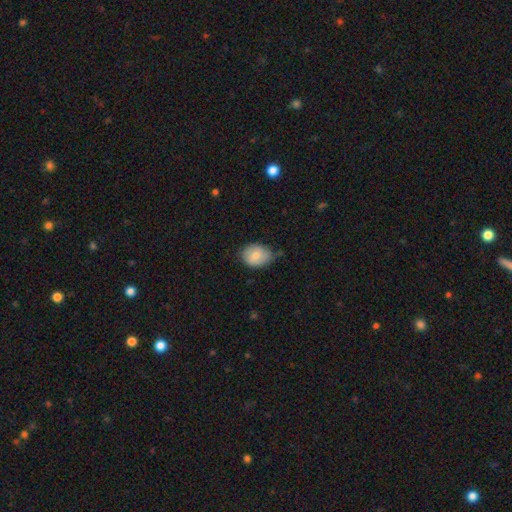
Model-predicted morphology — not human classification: Q: Smooth or featured?
A: smooth (77%); runner-up: featured or disk (16%)
Q: How rounded?
A: in between (63%); runner-up: round (36%)
Q: Merging?
A: none (66%); runner-up: minor disturbance (28%)